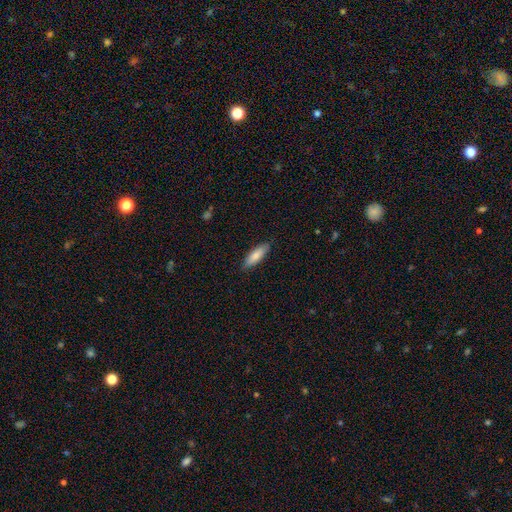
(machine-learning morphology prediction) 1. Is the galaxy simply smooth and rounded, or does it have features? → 82% smooth, 13% featured or disk, 5% star or artifact.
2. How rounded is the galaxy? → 50% cigar-shaped, 49% in between, 1% round.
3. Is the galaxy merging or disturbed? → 87% none, 10% minor disturbance, 2% major disturbance, 1% merger.